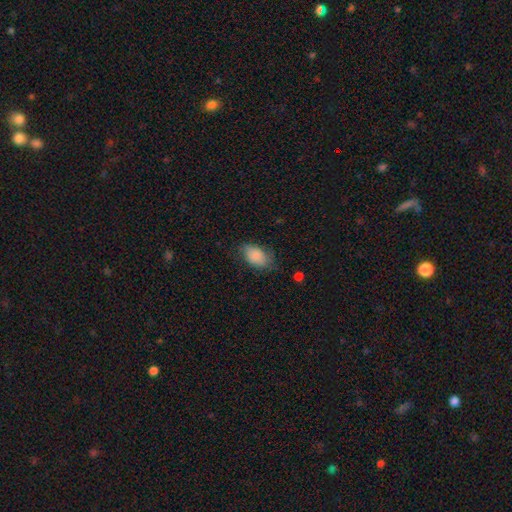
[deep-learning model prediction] This is clearly a smooth galaxy (85%). How rounded: clearly in between (90%). Merging: likely none (66%).